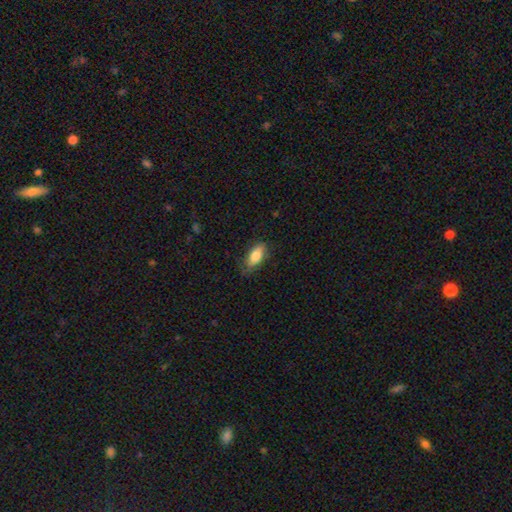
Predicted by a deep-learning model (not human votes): Smooth or featured? smooth (79%)
How rounded? in between (82%)
Merging? none (74%)